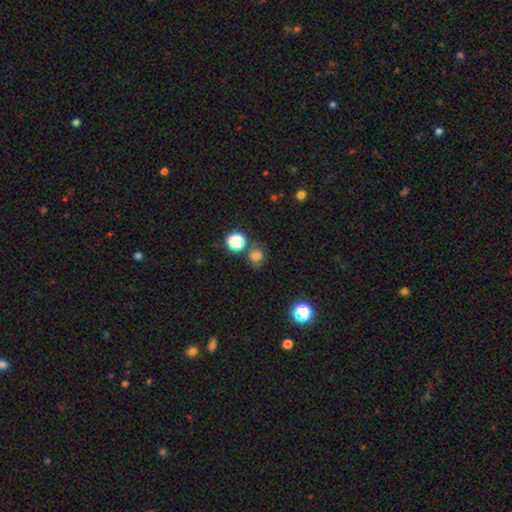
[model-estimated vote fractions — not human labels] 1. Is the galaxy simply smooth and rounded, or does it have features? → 64% smooth, 23% star or artifact, 13% featured or disk.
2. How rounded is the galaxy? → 79% round, 20% in between, 1% cigar-shaped.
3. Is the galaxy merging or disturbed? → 68% none, 16% minor disturbance, 9% merger, 7% major disturbance.